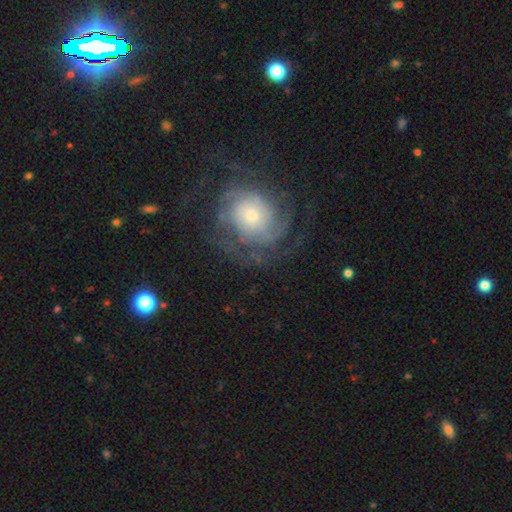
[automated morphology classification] Smooth or featured? featured or disk (75%)
Edge-on disk? no (97%)
Bar? no (77%)
Spiral arms? yes (94%)
Spiral winding? tight (69%)
Spiral arm count? can't tell (38%)
Bulge size? small (48%)
Merging? none (75%)